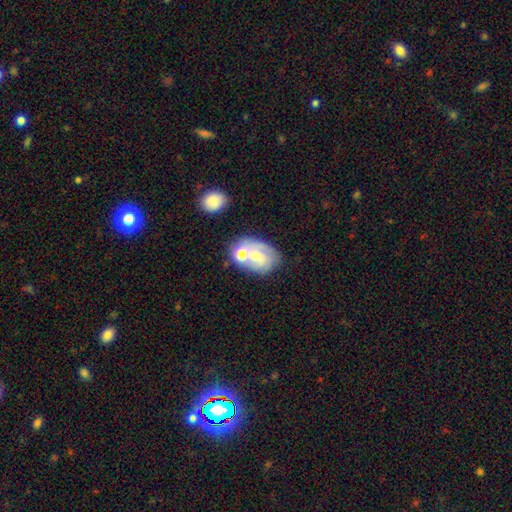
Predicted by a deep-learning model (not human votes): This is possibly a featured or disk galaxy (55%). It is clearly not viewed edge-on (97%). Bar: likely no (73%). Spiral arm pattern: likely yes (63%). Central bulge: possibly moderate (45%). Merging: marginally none (39%).